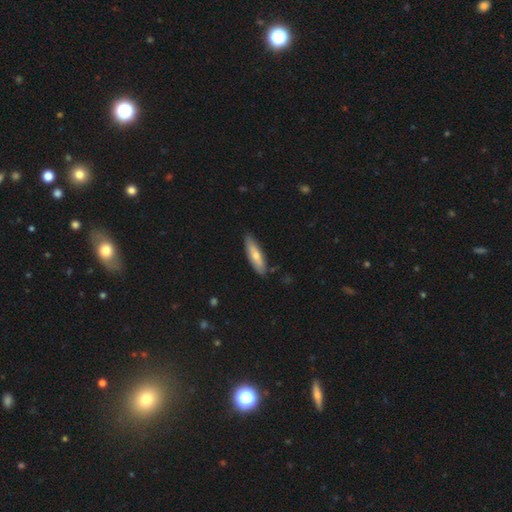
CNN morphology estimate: A smooth galaxy with no disk features (60%) that is cigar-shaped (58%).

Vote fractions:
- Smooth or featured? smooth: 60% / featured or disk: 34% / star or artifact: 5%
- How rounded? cigar-shaped: 58% / in between: 40% / round: 2%
- Merging? none: 82% / minor disturbance: 14% / major disturbance: 2% / merger: 2%